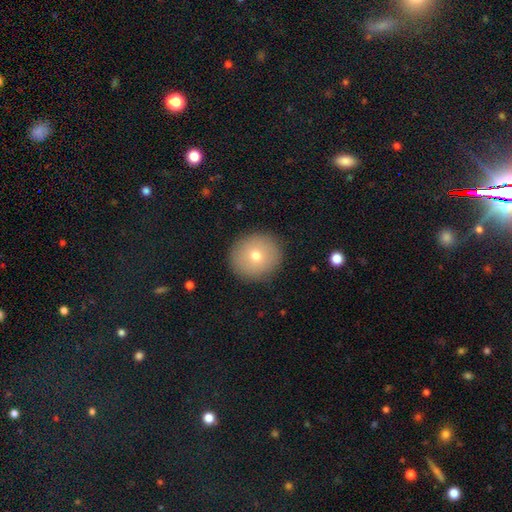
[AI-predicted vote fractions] A smooth galaxy with no disk features (71%) that is round (88%).

Vote fractions:
- Smooth or featured? smooth: 71% / featured or disk: 18% / star or artifact: 11%
- How rounded? round: 88% / in between: 11% / cigar-shaped: 1%
- Merging? none: 90% / minor disturbance: 7% / major disturbance: 3% / merger: 1%